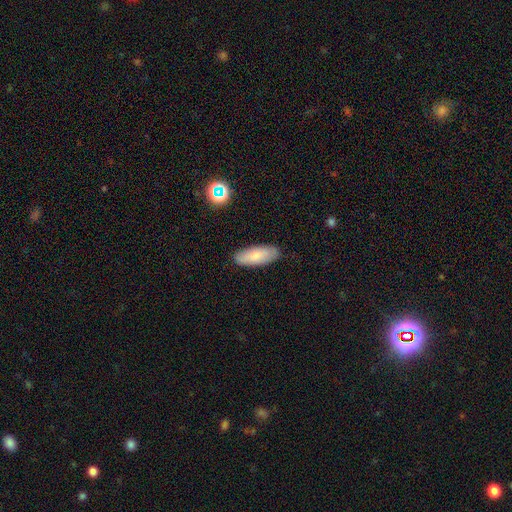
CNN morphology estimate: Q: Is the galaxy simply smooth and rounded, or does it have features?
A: smooth — 78%.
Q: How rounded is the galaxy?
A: in between — 77%.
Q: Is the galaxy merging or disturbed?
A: none — 87%.